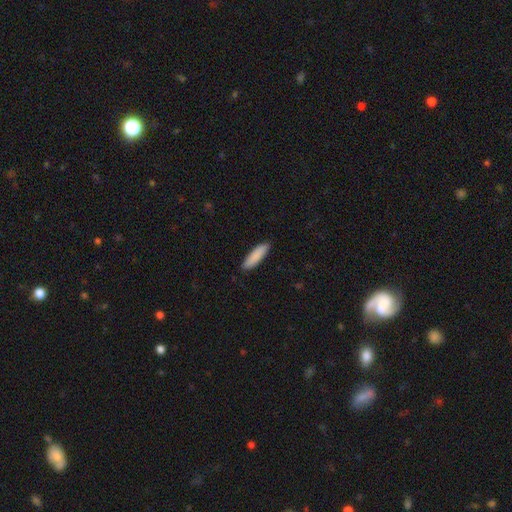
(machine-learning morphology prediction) Smooth or featured?
  - smooth: 88% *
  - featured or disk: 7%
  - star or artifact: 5%
How rounded?
  - cigar-shaped: 64% *
  - in between: 34%
  - round: 1%
Merging?
  - none: 89% *
  - minor disturbance: 8%
  - major disturbance: 1%
  - merger: 1%